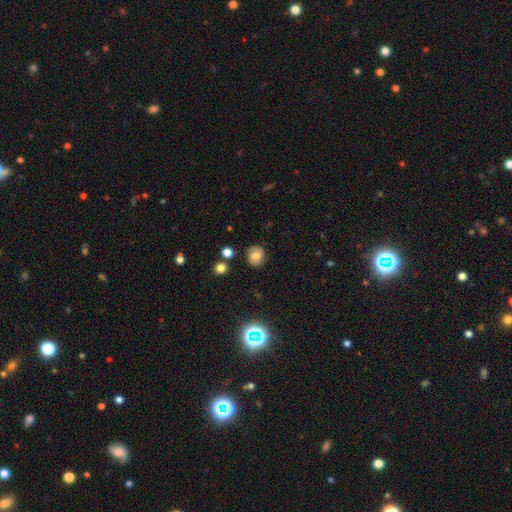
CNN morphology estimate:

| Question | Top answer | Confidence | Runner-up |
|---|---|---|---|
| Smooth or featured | smooth | 59% | featured or disk (28%) |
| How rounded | round | 68% | in between (31%) |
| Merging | none | 80% | minor disturbance (13%) |